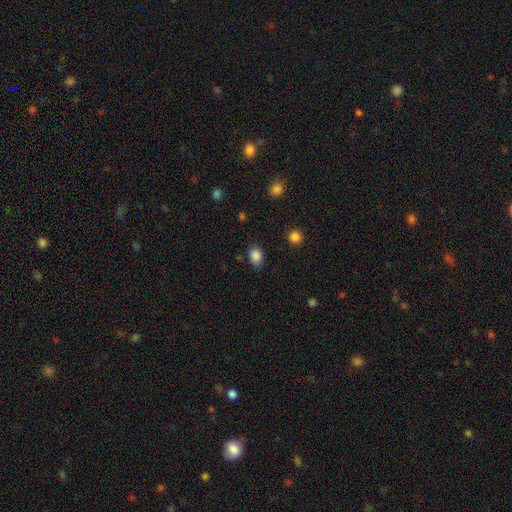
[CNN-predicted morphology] A smooth galaxy with no disk features (86%) that is in between round and cigar-shaped (73%). Merging: none (81%).